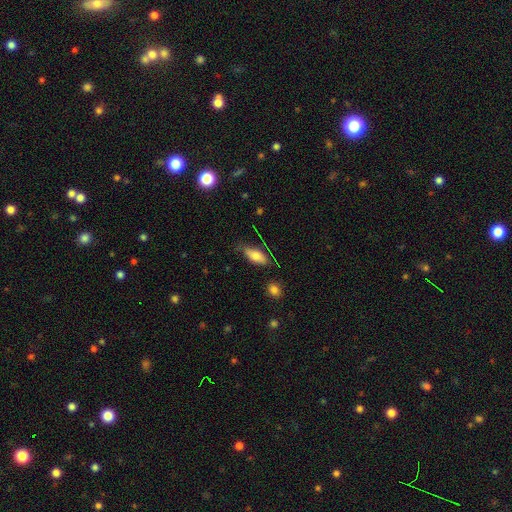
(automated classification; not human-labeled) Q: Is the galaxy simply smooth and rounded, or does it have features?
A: smooth — 74%.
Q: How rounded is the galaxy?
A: in between — 82%.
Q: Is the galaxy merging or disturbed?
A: none — 62%.